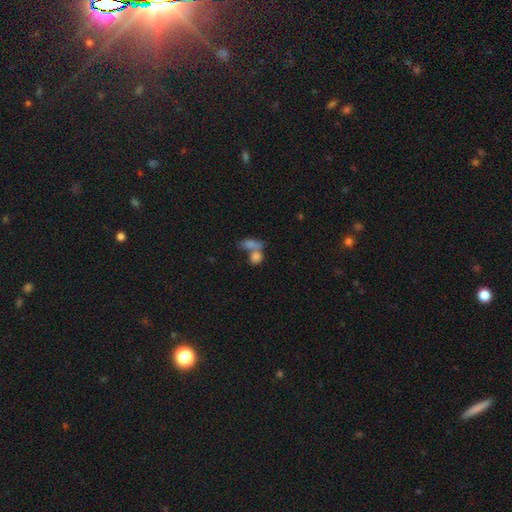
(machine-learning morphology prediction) Smooth or featured?
  - smooth: 80% *
  - featured or disk: 10%
  - star or artifact: 9%
How rounded?
  - in between: 59% *
  - round: 36%
  - cigar-shaped: 5%
Merging?
  - merger: 56% *
  - none: 30%
  - minor disturbance: 8%
  - major disturbance: 6%